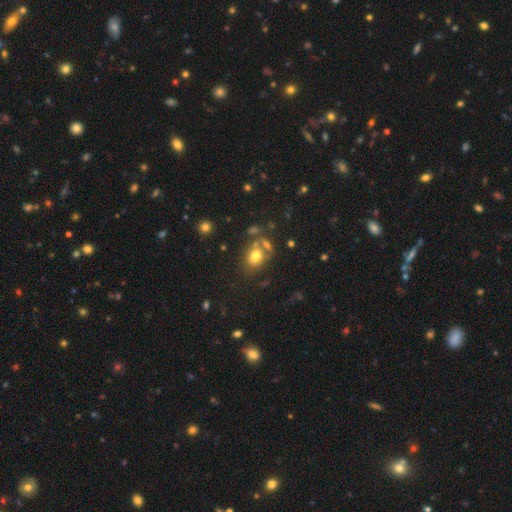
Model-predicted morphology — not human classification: Smooth or featured? smooth (74%)
How rounded? in between (66%)
Merging? none (55%)